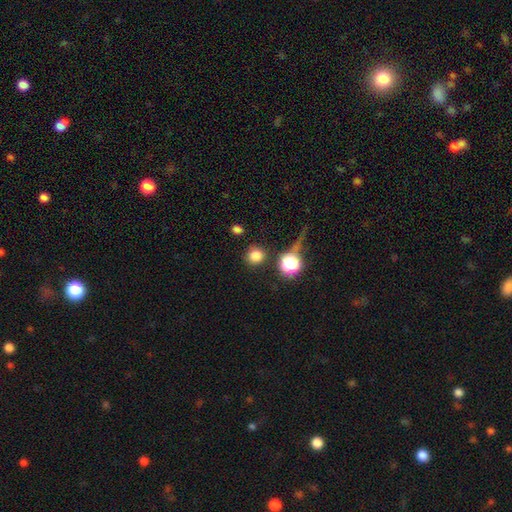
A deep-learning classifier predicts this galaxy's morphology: The model was most divided on "smooth or featured": smooth: 78%, star or artifact: 16%, featured or disk: 6%. More confident: how rounded — round (89%); merging — none (82%).